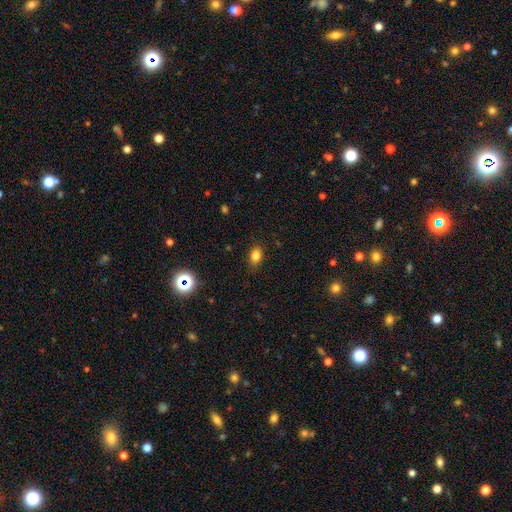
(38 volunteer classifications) A smooth galaxy with no disk features (84%) that is in between round and cigar-shaped (84%). Merging: none (77%).